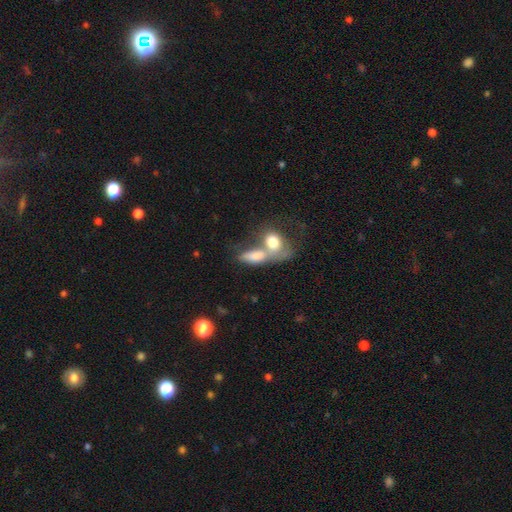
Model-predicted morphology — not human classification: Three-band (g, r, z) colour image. It shows a smooth galaxy with no disk features (74%) that is in between round and cigar-shaped (77%). Merging: merger (66%).